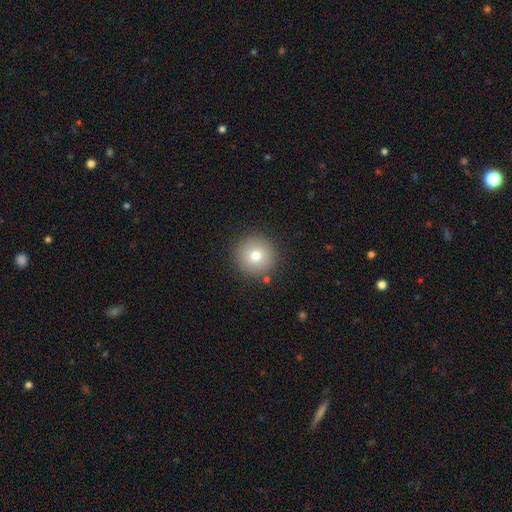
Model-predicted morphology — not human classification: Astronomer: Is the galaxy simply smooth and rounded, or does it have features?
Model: smooth — 77%.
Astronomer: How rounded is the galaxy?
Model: round — 96%.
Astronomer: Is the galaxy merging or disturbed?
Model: none — 88%.